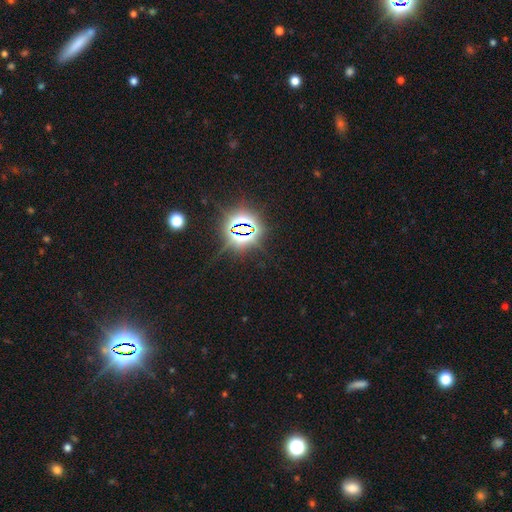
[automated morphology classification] A star or artifact, not a galaxy (81%).